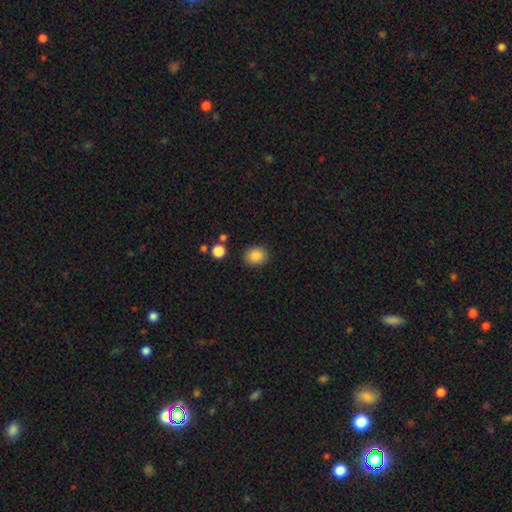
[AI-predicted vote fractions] This appears to be a smooth galaxy with no disk features (87%) that is round (66%). Merging: none (88%).